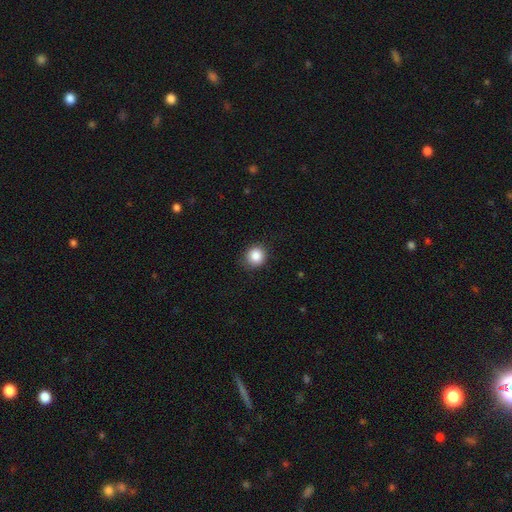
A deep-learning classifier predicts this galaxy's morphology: smooth-or-featured: smooth: 87% | star or artifact: 10% | featured or disk: 4%
  how-rounded: round: 85% | in between: 14% | cigar-shaped: 1%
  merging: none: 86% | minor disturbance: 10% | major disturbance: 2% | merger: 1%